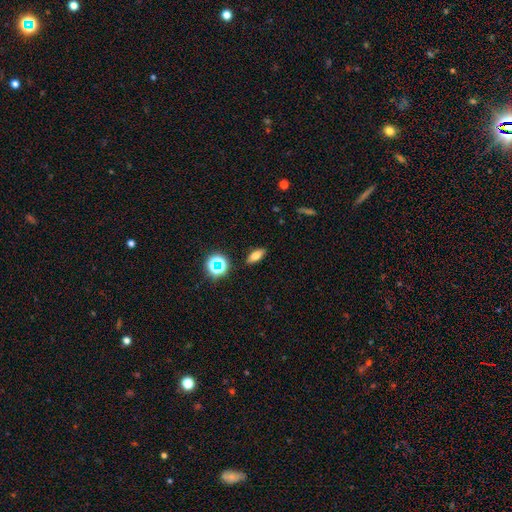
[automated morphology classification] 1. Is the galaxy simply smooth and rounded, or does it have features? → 68% smooth, 16% featured or disk, 15% star or artifact.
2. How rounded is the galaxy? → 75% in between, 17% cigar-shaped, 8% round.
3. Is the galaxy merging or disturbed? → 88% none, 8% minor disturbance, 2% major disturbance, 2% merger.